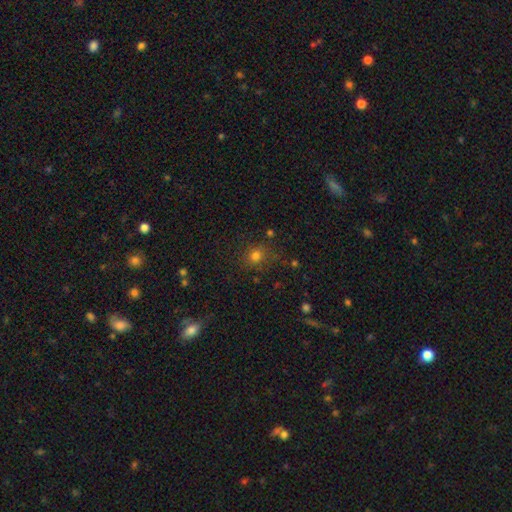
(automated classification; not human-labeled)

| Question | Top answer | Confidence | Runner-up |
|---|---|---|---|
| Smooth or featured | smooth | 75% | star or artifact (18%) |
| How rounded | round | 78% | in between (21%) |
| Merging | none | 79% | minor disturbance (13%) |